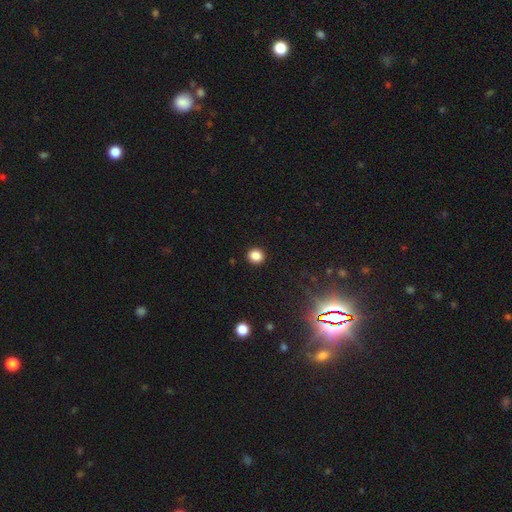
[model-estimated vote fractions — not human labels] smooth_or_featured: smooth (p=0.85) [alt: star or artifact p=0.11]
how_rounded: round (p=0.81) [alt: in between p=0.18]
merging: none (p=0.92) [alt: minor disturbance p=0.05]